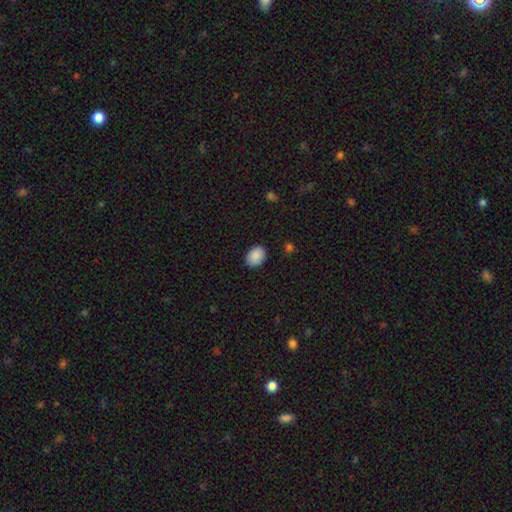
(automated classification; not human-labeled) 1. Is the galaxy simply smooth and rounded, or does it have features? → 89% smooth, 7% star or artifact, 3% featured or disk.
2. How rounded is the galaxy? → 71% in between, 28% round, 1% cigar-shaped.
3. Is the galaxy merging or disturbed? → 88% none, 9% minor disturbance, 2% major disturbance, 1% merger.